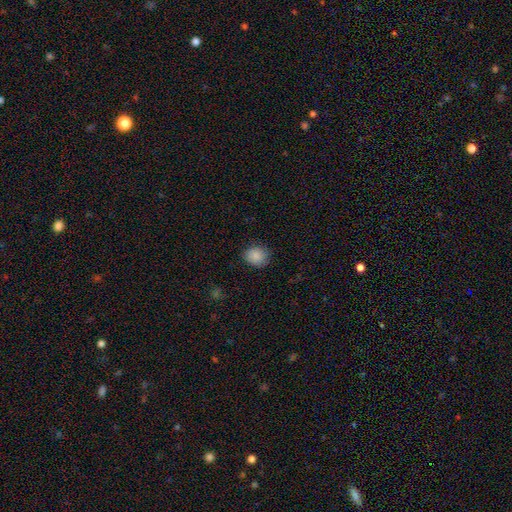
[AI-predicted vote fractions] Q: Smooth or featured?
A: smooth (87%); runner-up: star or artifact (8%)
Q: How rounded?
A: round (71%); runner-up: in between (28%)
Q: Merging?
A: none (82%); runner-up: minor disturbance (14%)